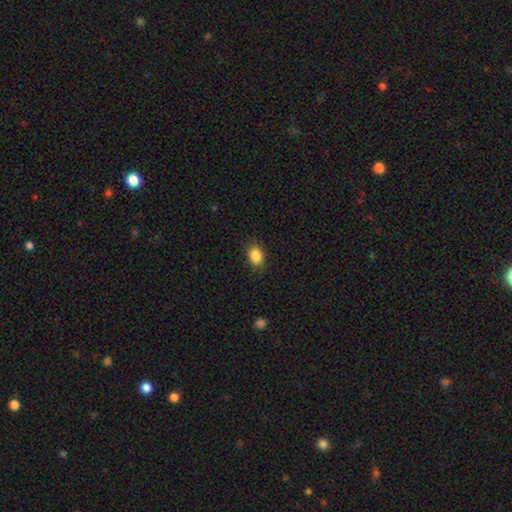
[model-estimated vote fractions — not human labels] Smooth or featured?
  - smooth: 87% *
  - star or artifact: 9%
  - featured or disk: 4%
How rounded?
  - in between: 67% *
  - round: 32%
  - cigar-shaped: 1%
Merging?
  - none: 87% *
  - minor disturbance: 9%
  - major disturbance: 2%
  - merger: 1%